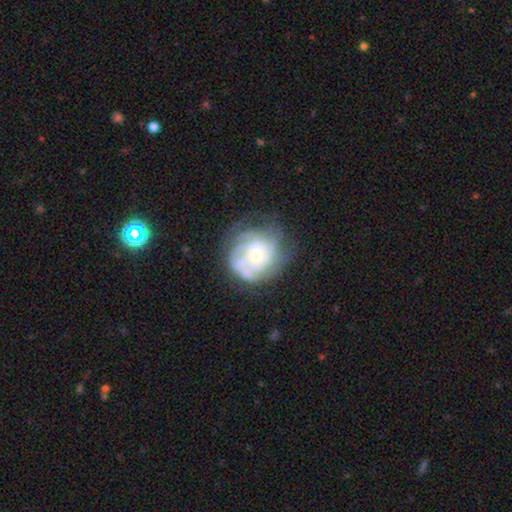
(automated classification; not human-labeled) A featured or disk galaxy (78%) with no bar (77%), tight (66%) spiral arms (90%) and a small central bulge (52%).

Vote fractions:
- Smooth or featured? featured or disk: 78% / smooth: 15% / star or artifact: 7%
- Edge-on disk? no: 97% / yes: 3%
- Bar? no: 77% / weak: 19% / strong: 4%
- Spiral arms? yes: 90% / no: 10%
- Spiral winding? tight: 66% / medium: 25% / loose: 8%
- Spiral arm count? can't tell: 43% / 3: 17% / 4: 16% / 2: 10% / more than 4: 9% / 1: 5%
- Bulge size? small: 52% / moderate: 42% / large: 3% / none: 2% / dominant: 1%
- Merging? none: 64% / minor disturbance: 21% / major disturbance: 13% / merger: 2%